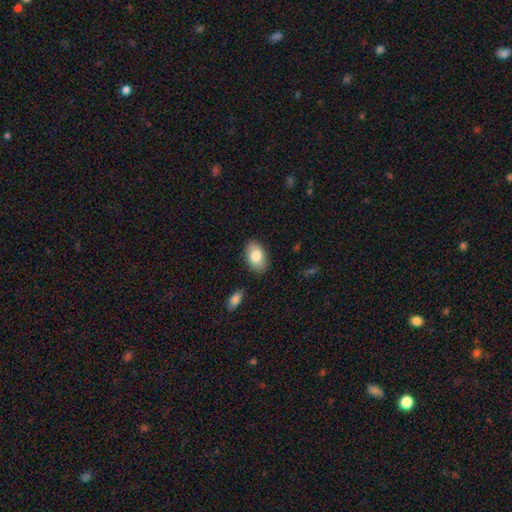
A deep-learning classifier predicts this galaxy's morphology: type=smooth (81%); roundness=in between (92%); merging=none (86%).